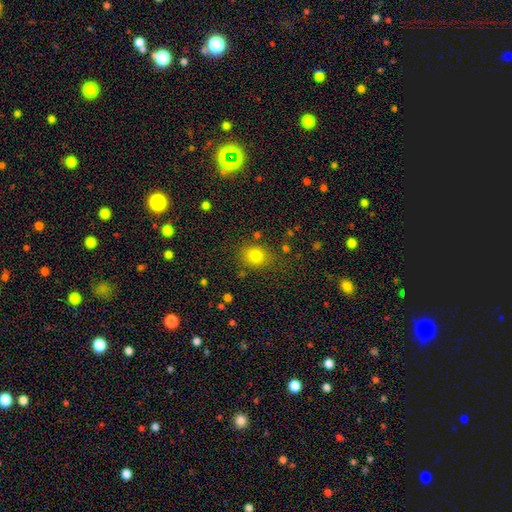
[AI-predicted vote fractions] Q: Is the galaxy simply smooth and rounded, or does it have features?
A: smooth — 80%.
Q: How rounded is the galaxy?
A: round — 63%.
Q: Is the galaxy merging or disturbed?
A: none — 77%.